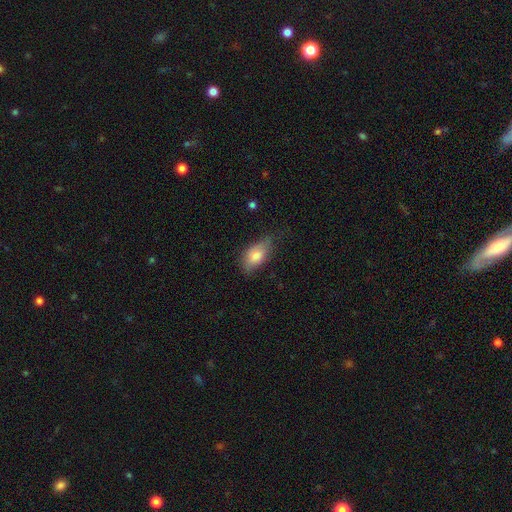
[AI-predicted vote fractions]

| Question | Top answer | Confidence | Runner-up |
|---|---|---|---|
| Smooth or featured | smooth | 76% | featured or disk (16%) |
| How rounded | in between | 88% | cigar-shaped (7%) |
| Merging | none | 52% | minor disturbance (36%) |